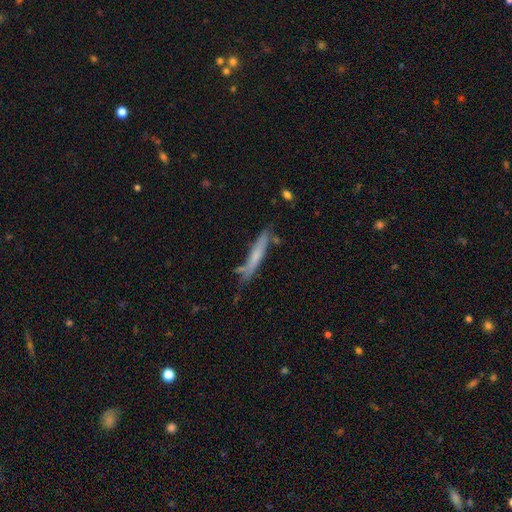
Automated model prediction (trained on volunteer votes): A smooth galaxy with no disk features (53%) that is cigar-shaped (94%).

Vote fractions:
- Smooth or featured? smooth: 53% / featured or disk: 40% / star or artifact: 7%
- How rounded? cigar-shaped: 94% / in between: 5% / round: 1%
- Merging? none: 72% / minor disturbance: 19% / merger: 5% / major disturbance: 4%